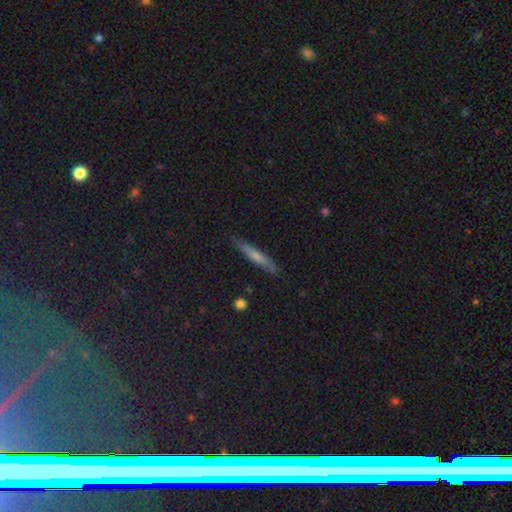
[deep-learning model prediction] This is possibly a smooth galaxy (48%). Merging: clearly none (88%).